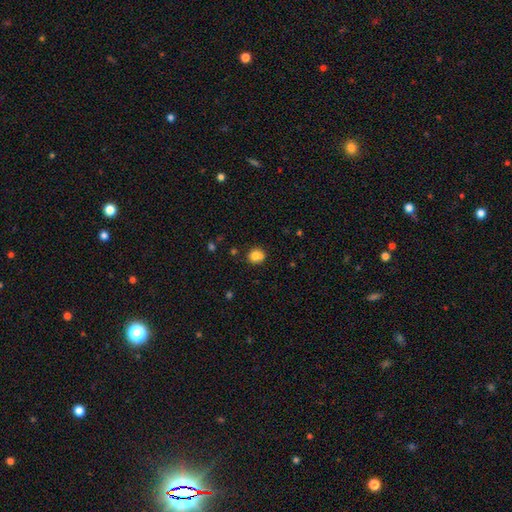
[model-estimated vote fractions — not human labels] Smooth or featured? smooth (80%)
How rounded? round (79%)
Merging? none (60%)